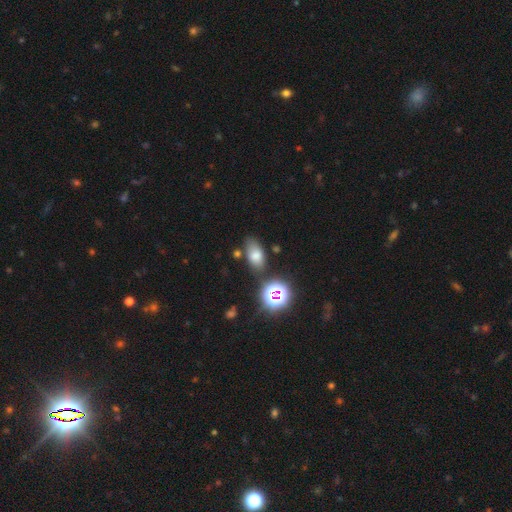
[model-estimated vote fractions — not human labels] This appears to be a smooth galaxy with no disk features (70%) that is in between round and cigar-shaped (88%). Merging: none (72%).